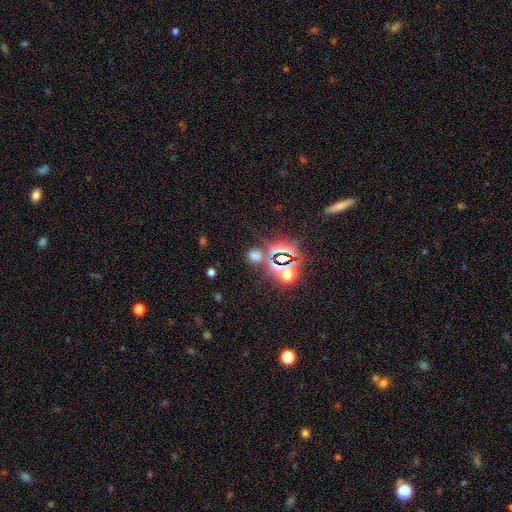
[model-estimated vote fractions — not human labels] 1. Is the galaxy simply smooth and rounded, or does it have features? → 47% star or artifact, 45% smooth, 7% featured or disk.